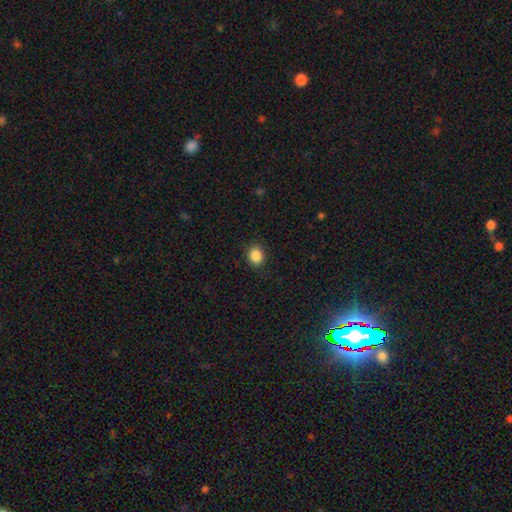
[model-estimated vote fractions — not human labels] Smooth or featured: smooth — 87% (star or artifact — 10%)
How rounded: round — 69% (in between — 30%)
Merging: none — 89% (minor disturbance — 8%)